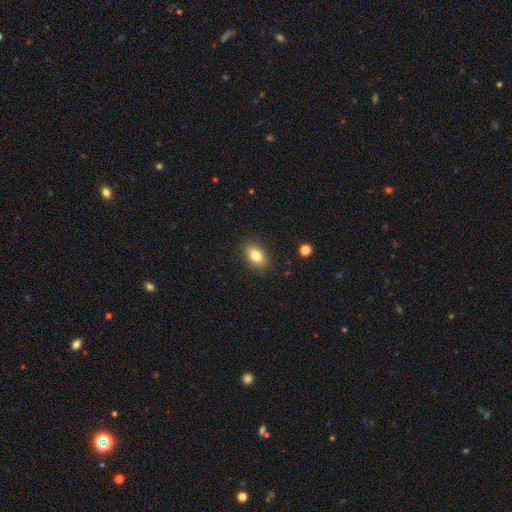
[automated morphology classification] This is clearly a smooth galaxy (82%). How rounded: clearly in between (83%). Merging: clearly none (87%).